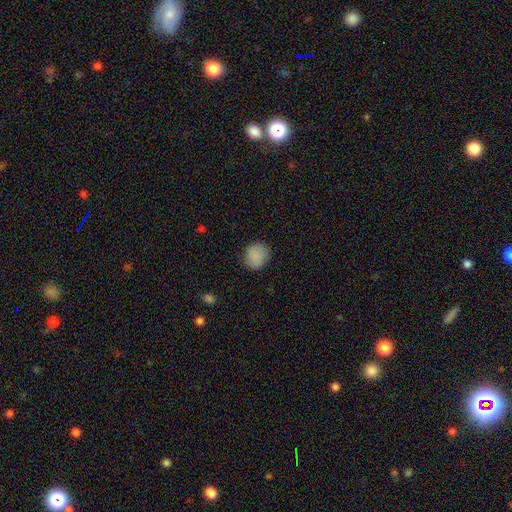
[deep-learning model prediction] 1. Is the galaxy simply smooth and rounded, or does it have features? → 87% smooth, 8% star or artifact, 5% featured or disk.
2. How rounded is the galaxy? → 81% round, 18% in between, 1% cigar-shaped.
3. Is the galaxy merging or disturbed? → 84% none, 12% minor disturbance, 3% major disturbance, 1% merger.